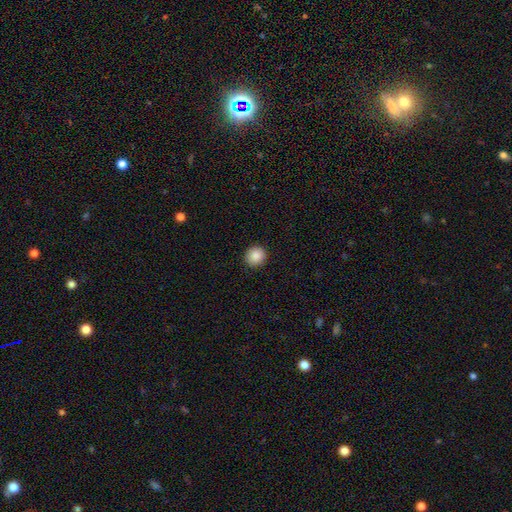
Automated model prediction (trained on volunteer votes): This is clearly a smooth galaxy (87%). How rounded: clearly round (88%). Merging: clearly none (92%).